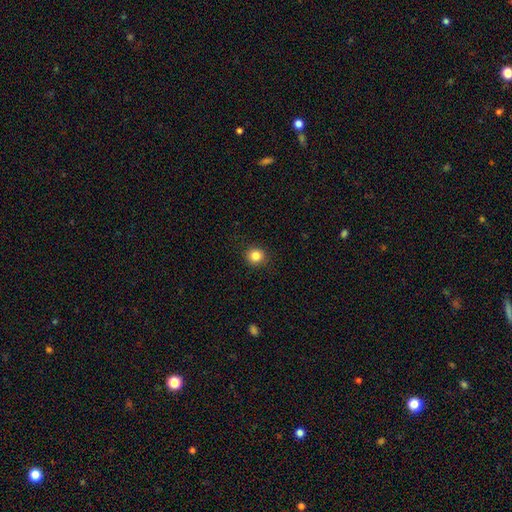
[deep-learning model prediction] A smooth galaxy with no disk features (84%) that is round (90%). Merging: none (91%).